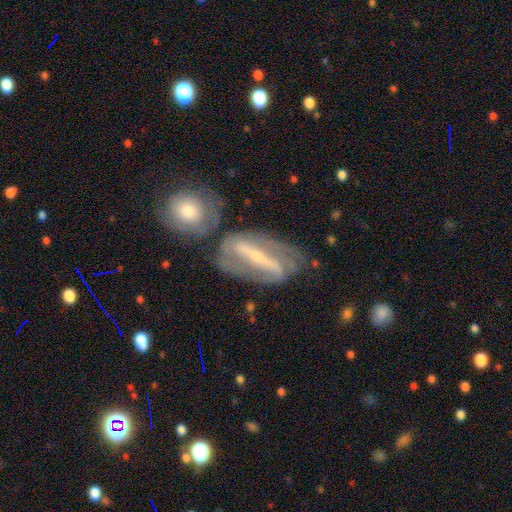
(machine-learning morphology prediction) A featured or disk galaxy (82%) with a strong bar (77%), 2 (72%) tight (39%) spiral arms (79%) and a small central bulge (66%).

Vote fractions:
- Smooth or featured? featured or disk: 82% / smooth: 11% / star or artifact: 7%
- Edge-on disk? no: 82% / yes: 18%
- Bar? strong: 77% / weak: 16% / no: 7%
- Spiral arms? yes: 79% / no: 21%
- Spiral winding? tight: 39% / medium: 38% / loose: 23%
- Spiral arm count? 2: 72% / can't tell: 18% / 1: 4% / 3: 3% / 4: 2% / more than 4: 1%
- Bulge size? small: 66% / moderate: 28% / none: 3% / large: 2% / dominant: 1%
- Merging? none: 59% / minor disturbance: 19% / merger: 12% / major disturbance: 11%